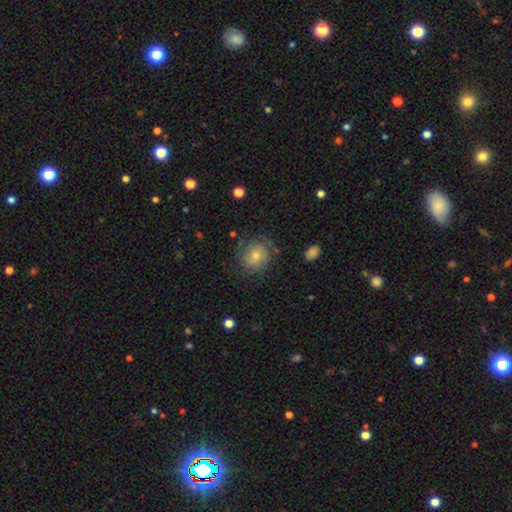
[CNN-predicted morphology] This is possibly a smooth galaxy (53%). How rounded: likely round (78%). Merging: likely none (74%).